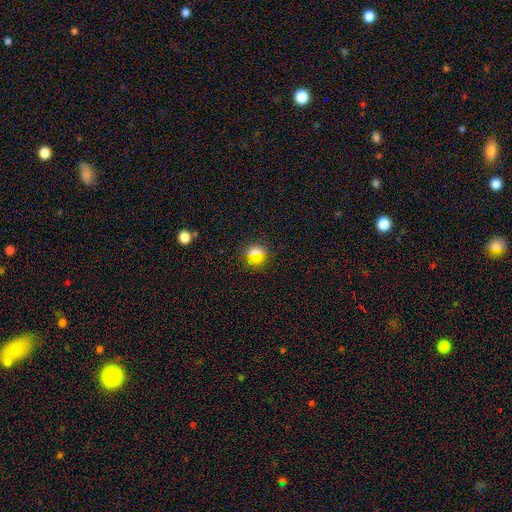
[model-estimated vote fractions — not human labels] Smooth or featured: smooth — 66% (star or artifact — 23%)
How rounded: round — 88% (in between — 9%)
Merging: none — 85% (minor disturbance — 8%)